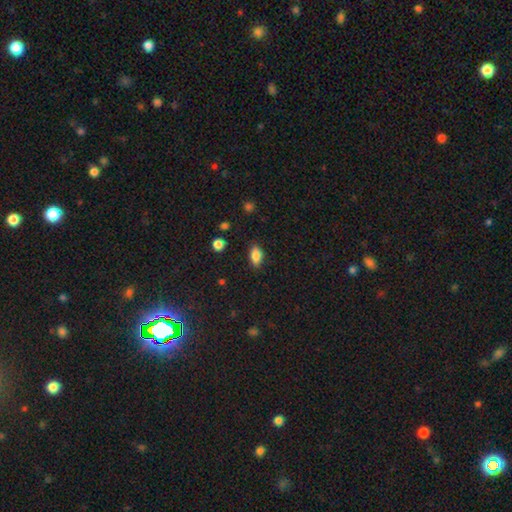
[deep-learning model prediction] This appears to be a smooth galaxy with no disk features (85%) that is in between round and cigar-shaped (90%). Merging: none (84%).